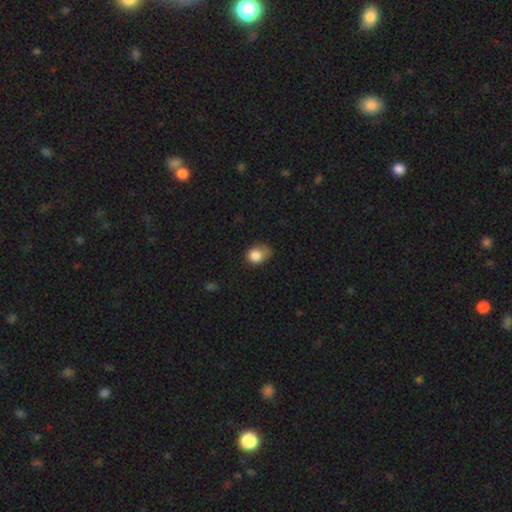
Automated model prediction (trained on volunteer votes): This appears to be a smooth galaxy with no disk features (83%) that is round (52%). Merging: minor disturbance (41%).